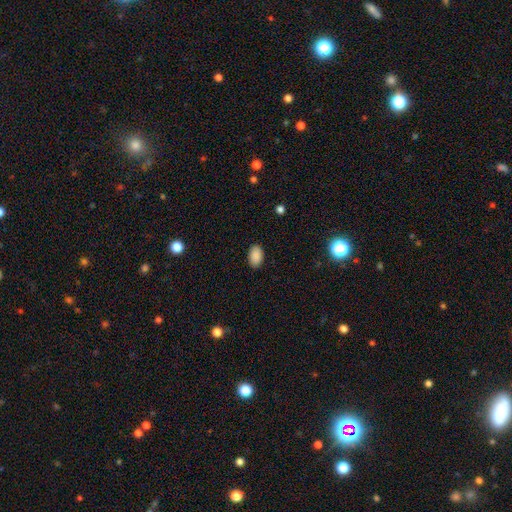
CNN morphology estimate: smooth-or-featured: smooth: 89% | star or artifact: 8% | featured or disk: 3%
  how-rounded: in between: 92% | round: 7% | cigar-shaped: 1%
  merging: none: 88% | minor disturbance: 9% | major disturbance: 2% | merger: 1%